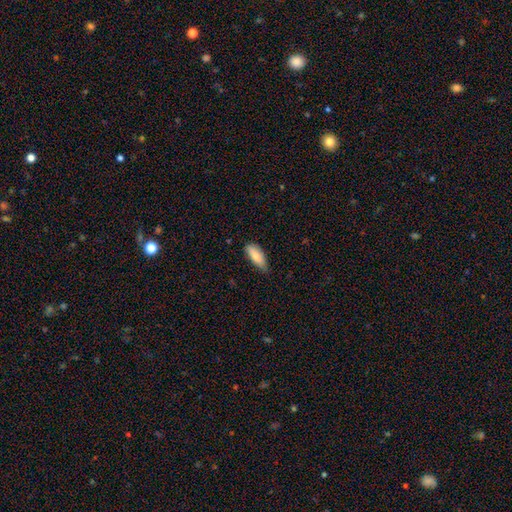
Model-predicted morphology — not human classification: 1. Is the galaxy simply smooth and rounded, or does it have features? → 83% smooth, 11% featured or disk, 6% star or artifact.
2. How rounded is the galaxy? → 75% in between, 23% cigar-shaped, 2% round.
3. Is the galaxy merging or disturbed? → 64% none, 31% minor disturbance, 4% major disturbance, 1% merger.